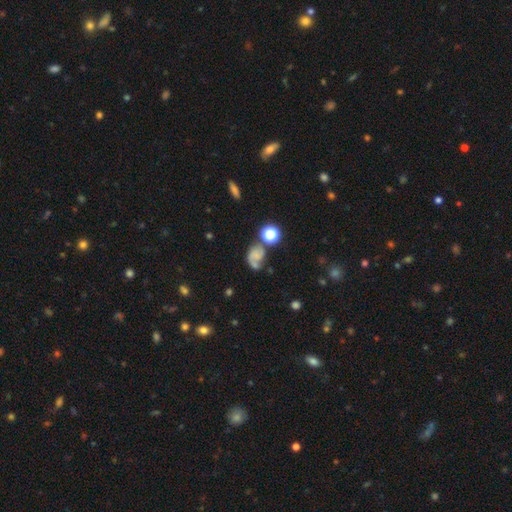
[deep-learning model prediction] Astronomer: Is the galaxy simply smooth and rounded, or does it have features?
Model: featured or disk — 47% (runner-up: smooth, 37%).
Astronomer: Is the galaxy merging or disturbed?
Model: none — 38% (runner-up: minor disturbance, 22%).